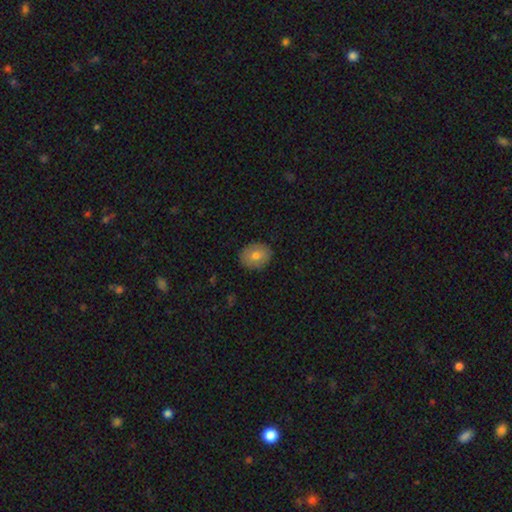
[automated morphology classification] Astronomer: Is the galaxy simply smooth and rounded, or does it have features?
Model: smooth — 76%.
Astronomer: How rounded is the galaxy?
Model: round — 59% (runner-up: in between, 40%).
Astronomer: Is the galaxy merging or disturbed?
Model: none — 88%.